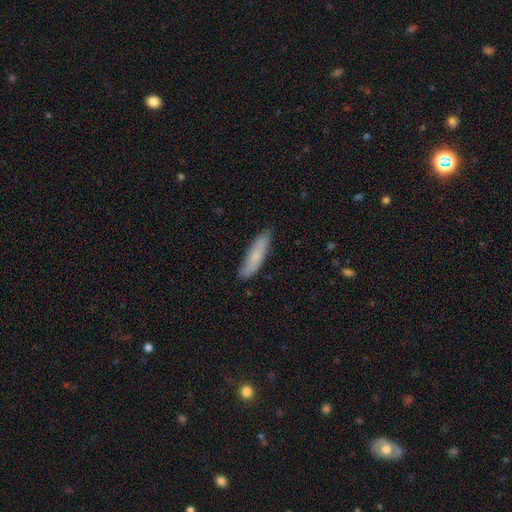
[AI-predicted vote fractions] Smooth or featured?
  - smooth: 76% *
  - featured or disk: 18%
  - star or artifact: 6%
How rounded?
  - cigar-shaped: 78% *
  - in between: 20%
  - round: 1%
Merging?
  - none: 83% *
  - minor disturbance: 13%
  - major disturbance: 2%
  - merger: 1%